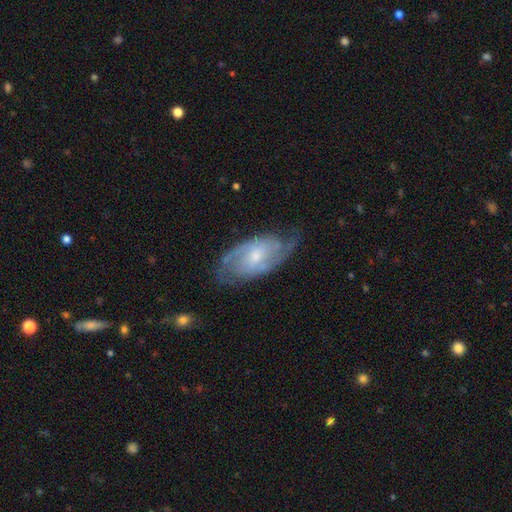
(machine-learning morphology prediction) Q: Smooth or featured?
A: featured or disk (83%); runner-up: smooth (12%)
Q: Edge-on disk?
A: no (95%); runner-up: yes (5%)
Q: Bar?
A: weak (48%); runner-up: no (43%)
Q: Spiral arms?
A: yes (94%); runner-up: no (6%)
Q: Spiral winding?
A: medium (47%); runner-up: tight (36%)
Q: Spiral arm count?
A: 2 (77%); runner-up: can't tell (13%)
Q: Bulge size?
A: small (46%); runner-up: moderate (45%)
Q: Merging?
A: none (71%); runner-up: minor disturbance (20%)